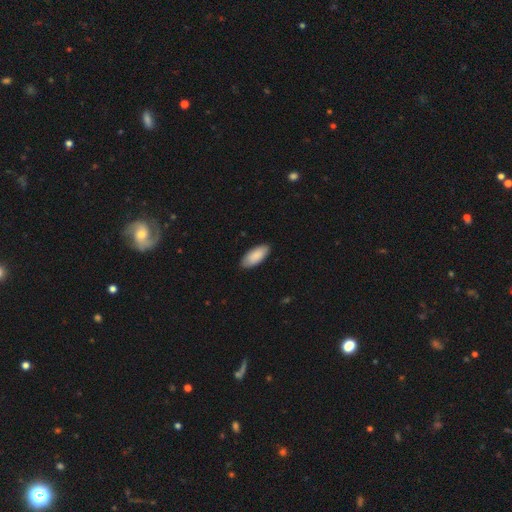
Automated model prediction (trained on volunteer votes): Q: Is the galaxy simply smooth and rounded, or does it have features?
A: smooth — 90%.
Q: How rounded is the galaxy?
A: in between — 88%.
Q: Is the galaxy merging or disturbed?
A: none — 87%.